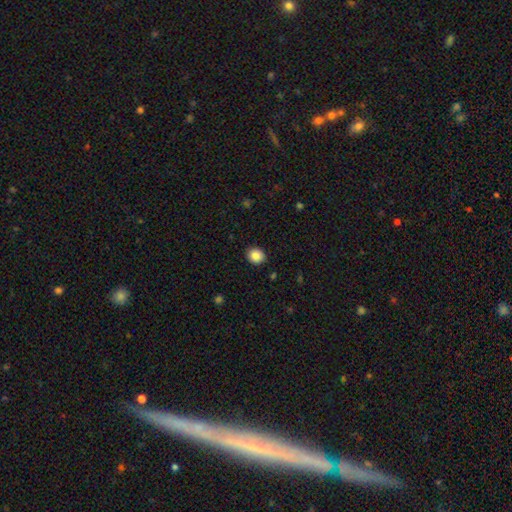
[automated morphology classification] This appears to be a smooth galaxy with no disk features (88%) that is round (76%). Merging: none (91%).